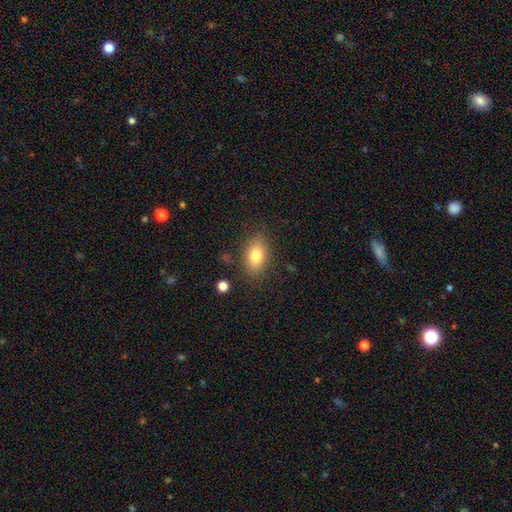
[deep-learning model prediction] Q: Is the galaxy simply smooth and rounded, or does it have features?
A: smooth — 79%.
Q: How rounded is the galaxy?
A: in between — 87%.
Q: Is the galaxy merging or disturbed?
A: none — 82%.